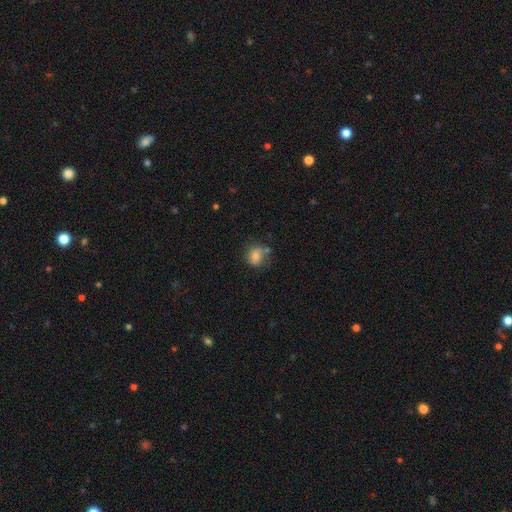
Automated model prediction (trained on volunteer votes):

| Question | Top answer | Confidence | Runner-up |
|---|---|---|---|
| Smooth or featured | smooth | 77% | featured or disk (13%) |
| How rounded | round | 64% | in between (34%) |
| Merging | none | 64% | minor disturbance (21%) |